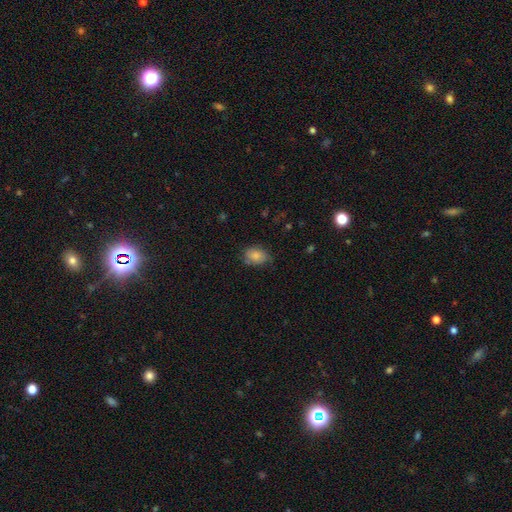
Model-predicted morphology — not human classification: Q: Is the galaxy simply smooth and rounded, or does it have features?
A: smooth — 81%.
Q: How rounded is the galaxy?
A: in between — 72%.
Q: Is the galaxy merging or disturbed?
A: none — 62%.